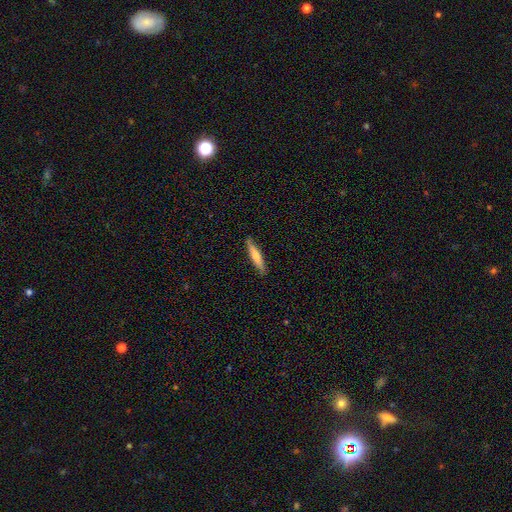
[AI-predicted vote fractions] A smooth galaxy with no disk features (67%) that is cigar-shaped (89%).

Vote fractions:
- Smooth or featured? smooth: 67% / featured or disk: 27% / star or artifact: 6%
- How rounded? cigar-shaped: 89% / in between: 10% / round: 1%
- Merging? none: 87% / minor disturbance: 10% / major disturbance: 2% / merger: 1%